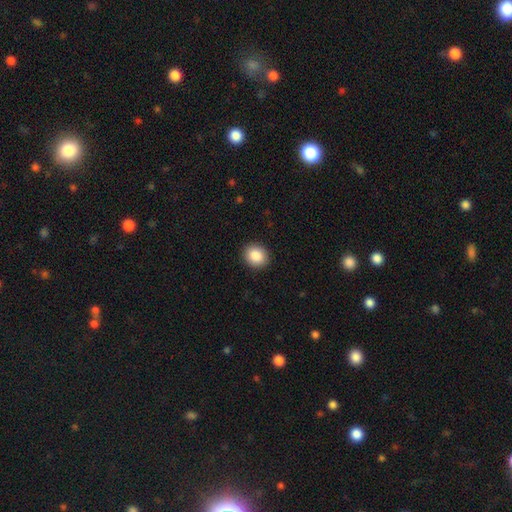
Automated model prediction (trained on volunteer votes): A smooth galaxy with no disk features (87%) that is round (72%). Merging: none (91%).